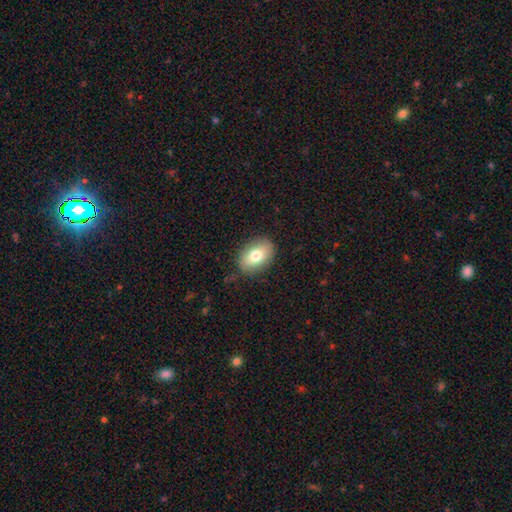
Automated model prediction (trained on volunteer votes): Q: Smooth or featured?
A: smooth (76%); runner-up: featured or disk (16%)
Q: How rounded?
A: in between (83%); runner-up: round (16%)
Q: Merging?
A: none (83%); runner-up: minor disturbance (13%)